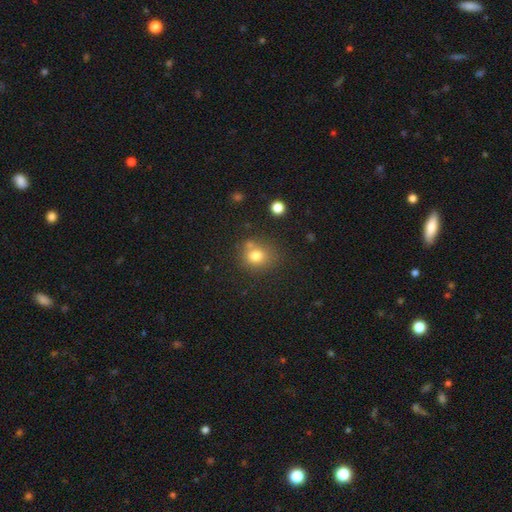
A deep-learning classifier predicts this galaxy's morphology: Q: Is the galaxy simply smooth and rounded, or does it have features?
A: smooth — 77%.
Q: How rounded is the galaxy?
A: round — 75%.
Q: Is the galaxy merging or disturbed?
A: none — 64%.